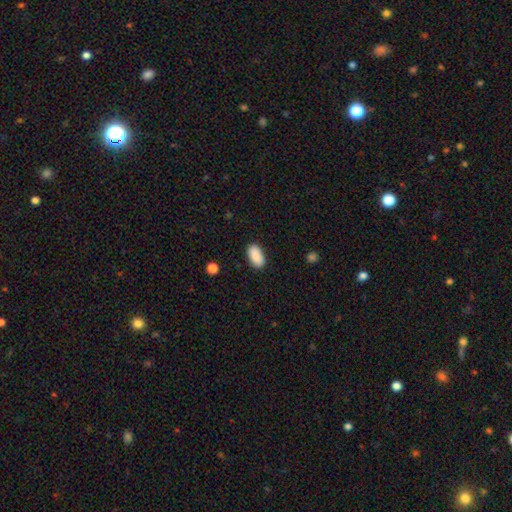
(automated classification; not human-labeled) Smooth or featured?
  - smooth: 91% *
  - star or artifact: 7%
  - featured or disk: 3%
How rounded?
  - in between: 95% *
  - round: 3%
  - cigar-shaped: 2%
Merging?
  - none: 88% *
  - minor disturbance: 9%
  - major disturbance: 2%
  - merger: 1%